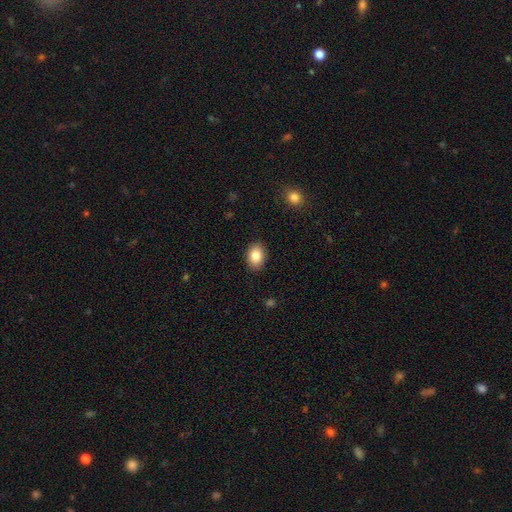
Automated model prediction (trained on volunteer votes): The model was most divided on "how rounded": in between: 74%, round: 25%, cigar-shaped: 1%. More confident: merging — none (89%); smooth or featured — smooth (84%).